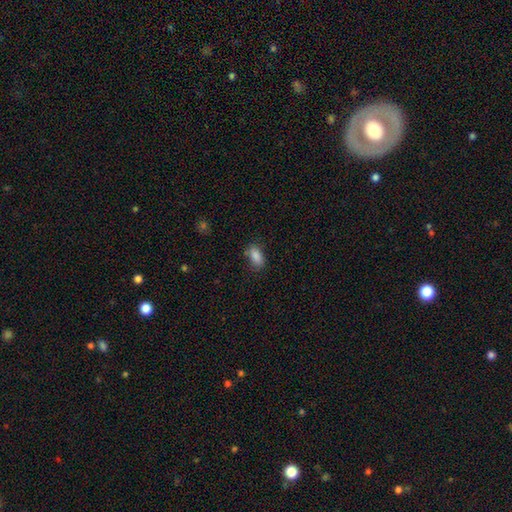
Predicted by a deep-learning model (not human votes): The model was most divided on "merging": none: 74%, minor disturbance: 18%, major disturbance: 5%, merger: 3%. More confident: how rounded — in between (89%); smooth or featured — smooth (86%).